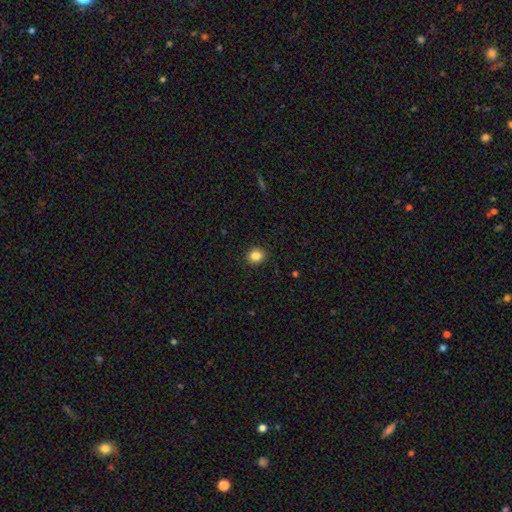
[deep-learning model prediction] smooth_or_featured: smooth (p=0.85) [alt: star or artifact p=0.11]
how_rounded: round (p=0.80) [alt: in between p=0.19]
merging: none (p=0.91) [alt: minor disturbance p=0.06]